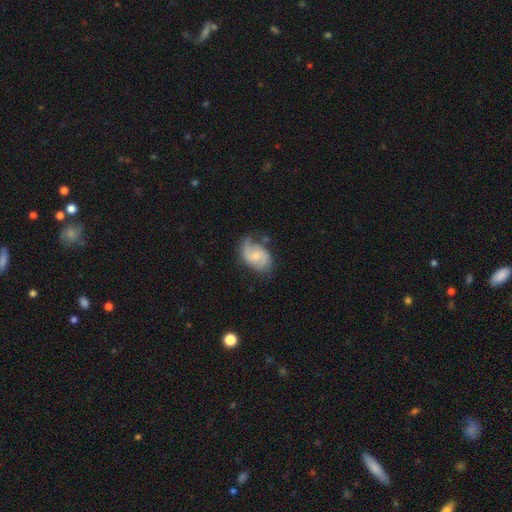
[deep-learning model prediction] featured or disk 65%, smooth 28%, star or artifact 6%. Down the decision tree: edge-on disk — no (97%); bar — no (58%); spiral arms — yes (89%); spiral arm count — 2 (72%); spiral winding — medium (43%); bulge size — small (56%); merging — none (55%).